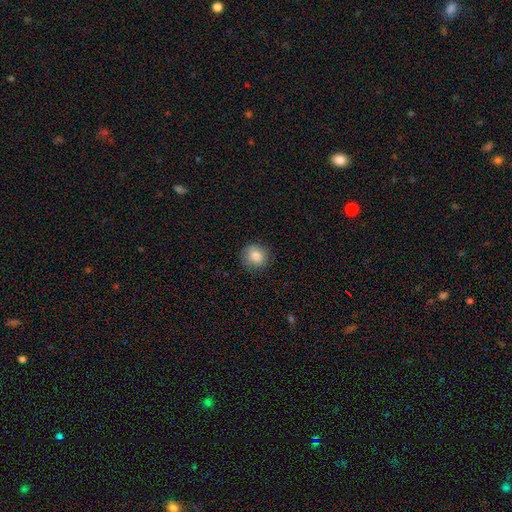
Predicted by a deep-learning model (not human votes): Morphology: type=smooth (84%); roundness=round (82%); merging=none (84%).